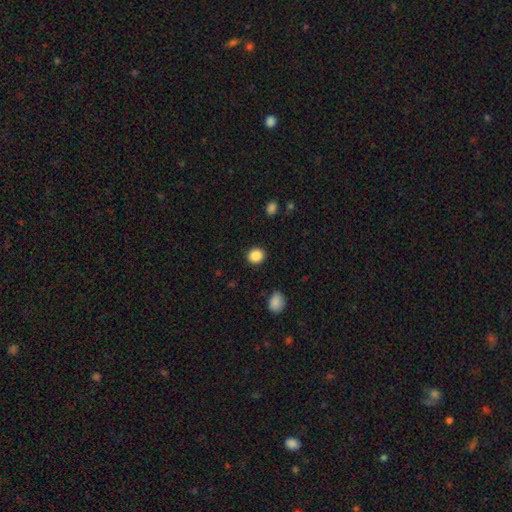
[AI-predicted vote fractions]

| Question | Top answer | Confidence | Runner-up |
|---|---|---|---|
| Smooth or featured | smooth | 88% | star or artifact (9%) |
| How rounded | round | 86% | in between (14%) |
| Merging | none | 91% | minor disturbance (5%) |